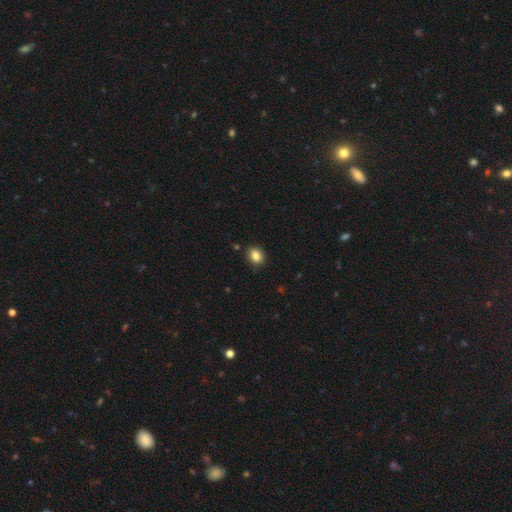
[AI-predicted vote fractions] Smooth or featured?
  - smooth: 85% *
  - star or artifact: 9%
  - featured or disk: 6%
How rounded?
  - round: 51% *
  - in between: 48%
  - cigar-shaped: 1%
Merging?
  - none: 88% *
  - minor disturbance: 9%
  - major disturbance: 2%
  - merger: 1%